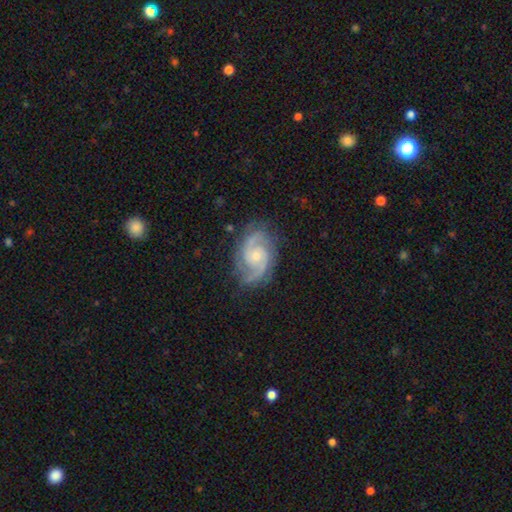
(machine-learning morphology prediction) This is clearly a featured or disk galaxy (91%). It is clearly not viewed edge-on (98%). Bar: possibly no (60%). Spiral arm pattern: clearly yes (98%). Spiral arm count: clearly 2 (84%). Spiral winding: possibly medium (53%). Central bulge: possibly small (56%). Merging: clearly none (80%).